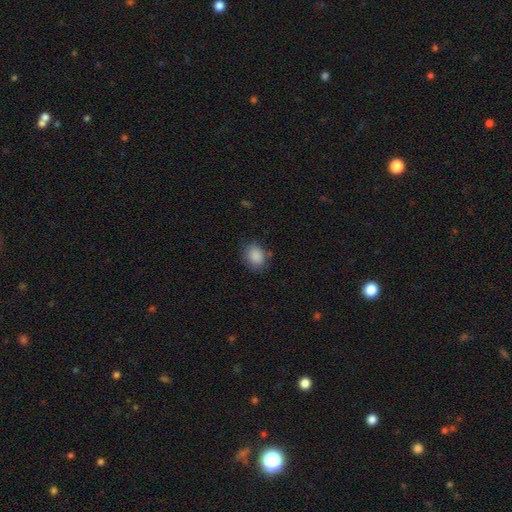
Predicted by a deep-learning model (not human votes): smooth 88%, star or artifact 8%, featured or disk 4%. Down the decision tree: how rounded — round (54%); merging — none (76%).